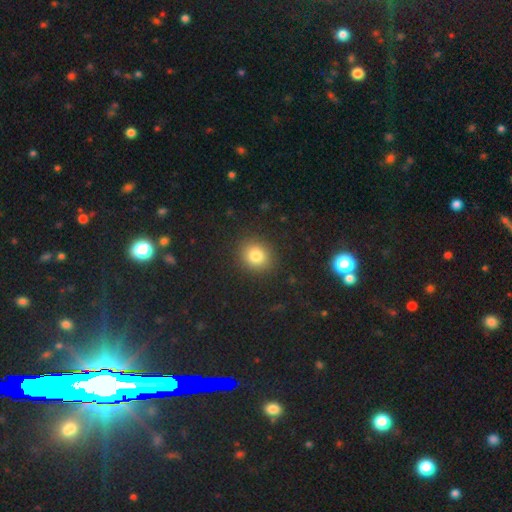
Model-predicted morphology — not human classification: This appears to be a smooth galaxy with no disk features (81%) that is round (79%). Merging: none (89%).